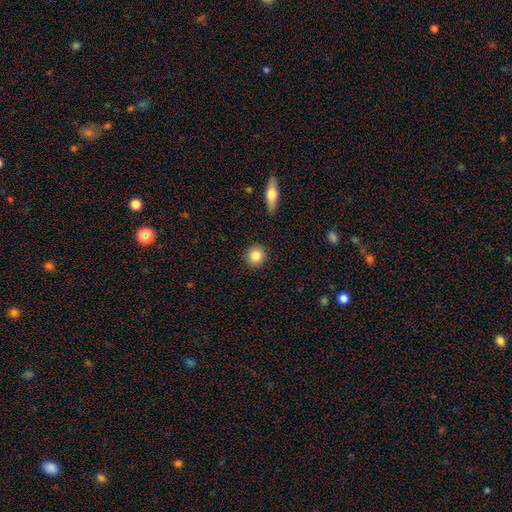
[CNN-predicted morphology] Smooth or featured? smooth (85%)
How rounded? round (91%)
Merging? none (90%)